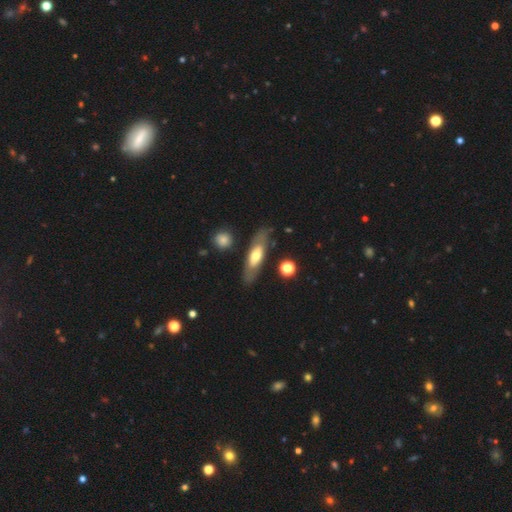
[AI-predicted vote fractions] Smooth or featured: featured or disk — 48% (smooth — 46%)
Merging: none — 79% (minor disturbance — 14%)